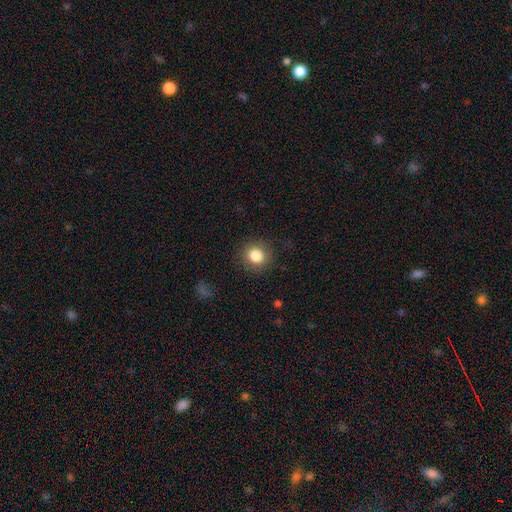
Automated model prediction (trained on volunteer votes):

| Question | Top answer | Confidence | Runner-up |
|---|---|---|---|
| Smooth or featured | smooth | 84% | star or artifact (10%) |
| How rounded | round | 83% | in between (16%) |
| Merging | none | 85% | minor disturbance (10%) |